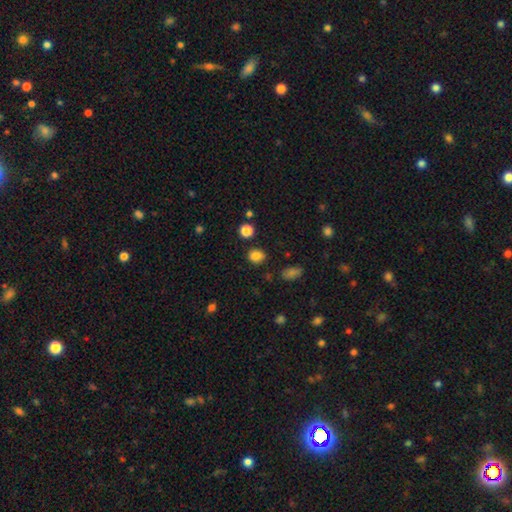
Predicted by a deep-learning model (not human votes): Smooth or featured? Predicted: smooth (p=0.83). How rounded? Predicted: round (p=0.70). Merging? Predicted: none (p=0.84).